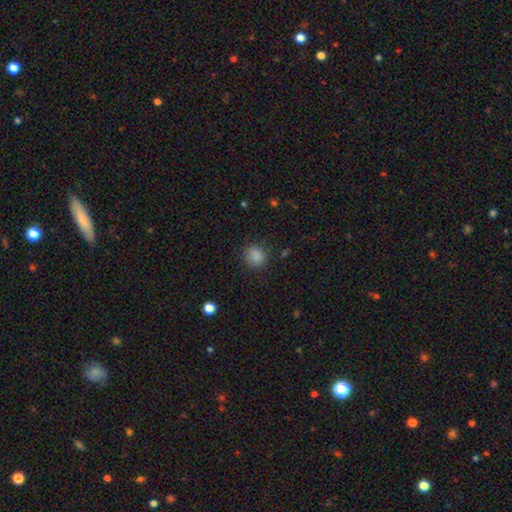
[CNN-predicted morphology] Q: Smooth or featured?
A: smooth (85%); runner-up: star or artifact (11%)
Q: How rounded?
A: round (72%); runner-up: in between (27%)
Q: Merging?
A: none (82%); runner-up: minor disturbance (12%)